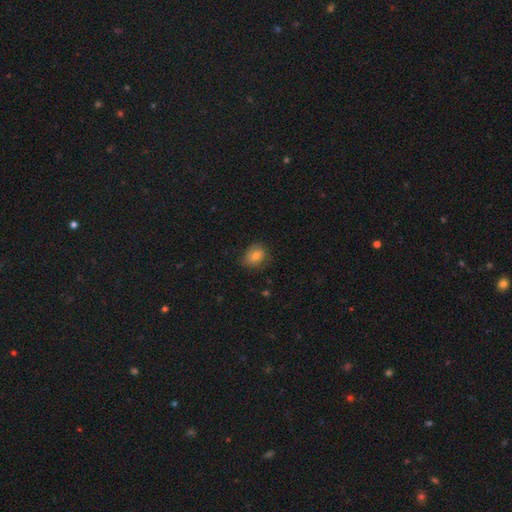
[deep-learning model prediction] A smooth galaxy with no disk features (76%) that is round (50%).

Vote fractions:
- Smooth or featured? smooth: 76% / featured or disk: 14% / star or artifact: 10%
- How rounded? round: 50% / in between: 49% / cigar-shaped: 1%
- Merging? none: 74% / minor disturbance: 20% / major disturbance: 5% / merger: 1%